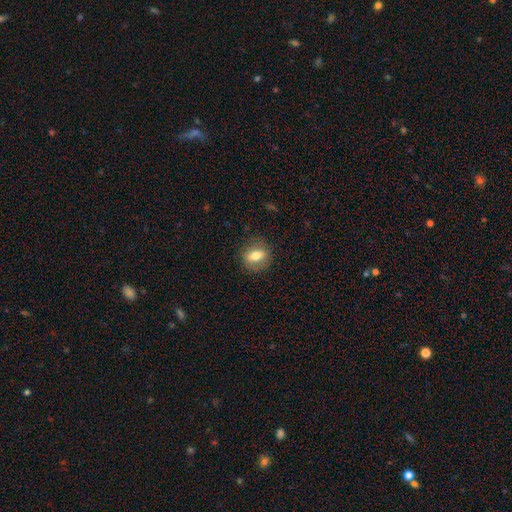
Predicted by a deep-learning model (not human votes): A smooth galaxy with no disk features (68%) that is in between round and cigar-shaped (52%).

Vote fractions:
- Smooth or featured? smooth: 68% / featured or disk: 23% / star or artifact: 9%
- How rounded? in between: 52% / round: 44% / cigar-shaped: 4%
- Merging? none: 83% / minor disturbance: 12% / major disturbance: 4% / merger: 1%